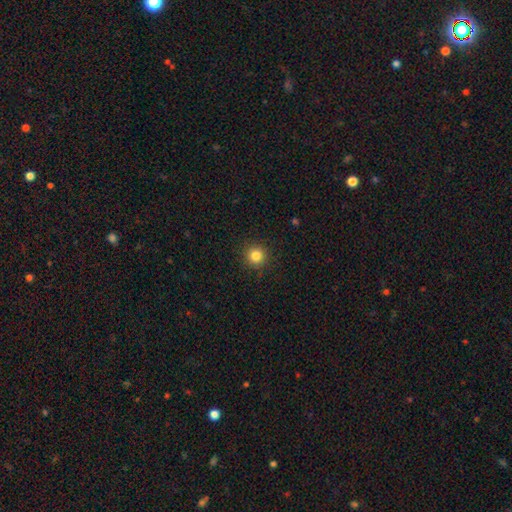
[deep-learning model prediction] Smooth or featured? smooth (83%)
How rounded? round (95%)
Merging? none (91%)